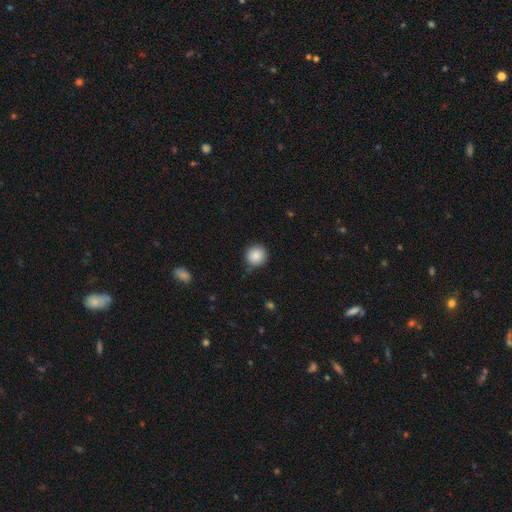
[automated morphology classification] smooth-or-featured: smooth: 87% | star or artifact: 9% | featured or disk: 4%
  how-rounded: round: 93% | in between: 6% | cigar-shaped: 1%
  merging: none: 86% | minor disturbance: 10% | major disturbance: 2% | merger: 1%